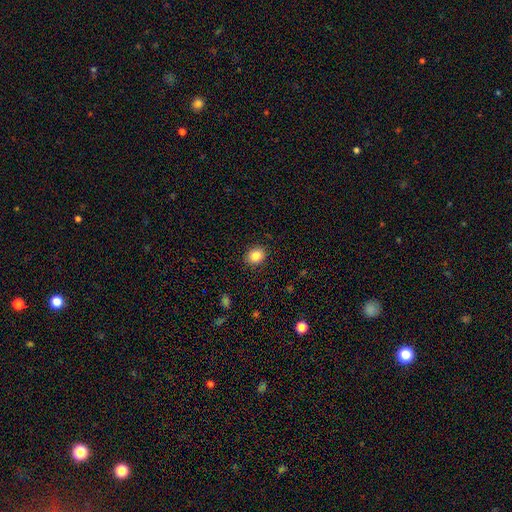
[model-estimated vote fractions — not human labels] This is clearly a smooth galaxy (87%). How rounded: likely round (61%). Merging: clearly none (89%).